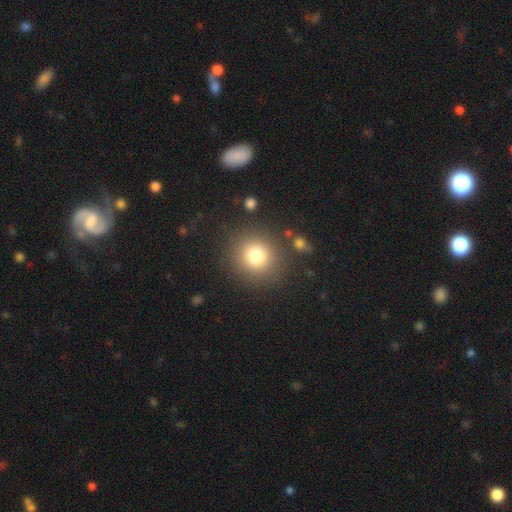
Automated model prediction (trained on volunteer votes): Smooth or featured?
  - smooth: 78% *
  - star or artifact: 13%
  - featured or disk: 9%
How rounded?
  - round: 90% *
  - in between: 9%
  - cigar-shaped: 1%
Merging?
  - none: 85% *
  - minor disturbance: 8%
  - major disturbance: 4%
  - merger: 3%